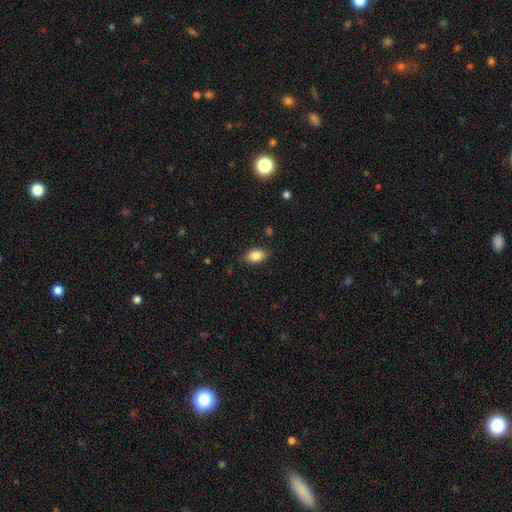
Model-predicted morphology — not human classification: The model was most divided on "merging": none: 86%, minor disturbance: 10%, major disturbance: 2%, merger: 1%. More confident: how rounded — in between (90%); smooth or featured — smooth (85%).